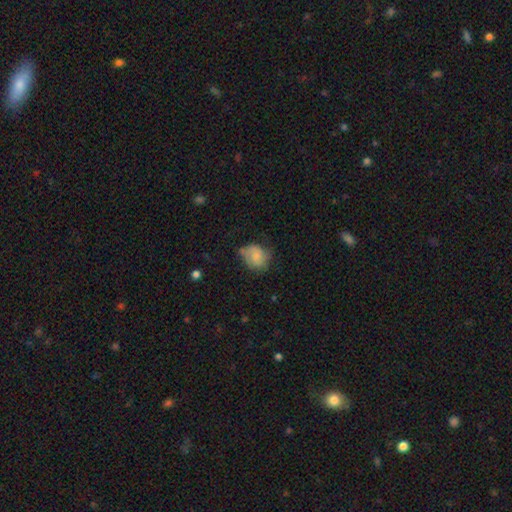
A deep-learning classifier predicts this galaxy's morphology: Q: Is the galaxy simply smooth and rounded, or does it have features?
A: smooth — 62%.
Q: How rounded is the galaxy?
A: round — 60%.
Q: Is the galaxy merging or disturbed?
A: none — 47%.